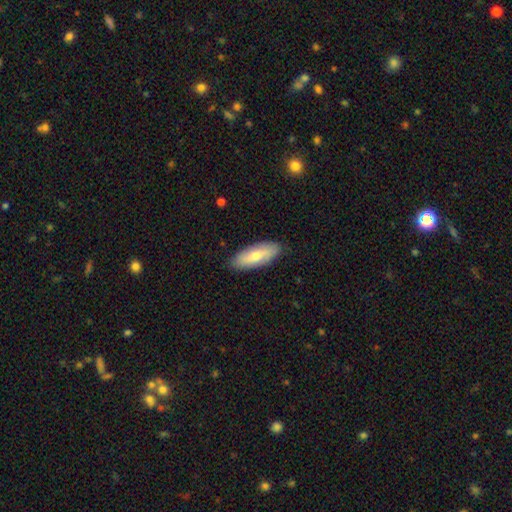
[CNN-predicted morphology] The model was most divided on "smooth or featured": smooth: 66%, featured or disk: 28%, star or artifact: 6%. More confident: merging — none (87%); how rounded — in between (71%).